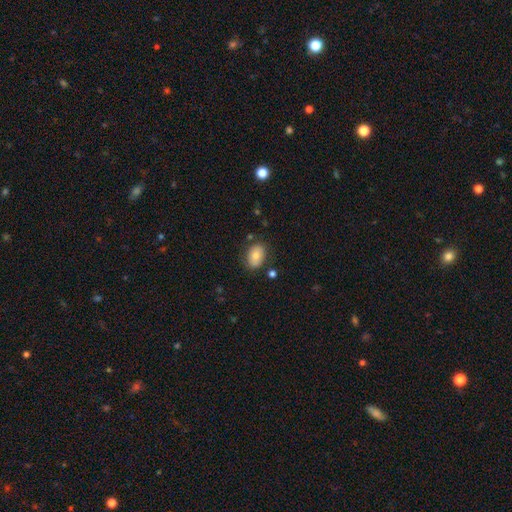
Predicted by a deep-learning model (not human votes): smooth 77%, featured or disk 15%, star or artifact 8%. Down the decision tree: how rounded — in between (81%); merging — none (80%).